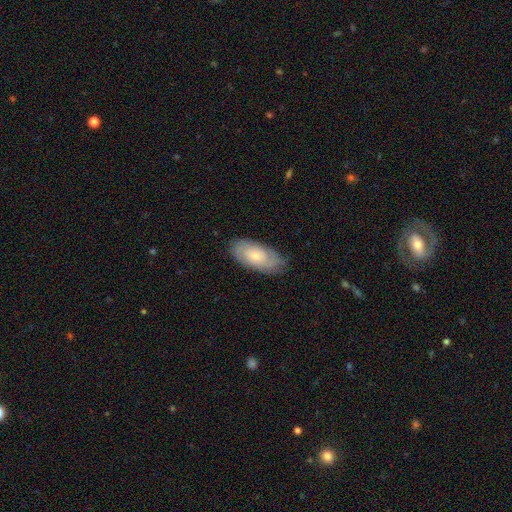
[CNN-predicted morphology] A featured or disk galaxy (48%).

Vote fractions:
- Smooth or featured? featured or disk: 48% / smooth: 46% / star or artifact: 6%
- Merging? none: 77% / minor disturbance: 18% / major disturbance: 4% / merger: 1%